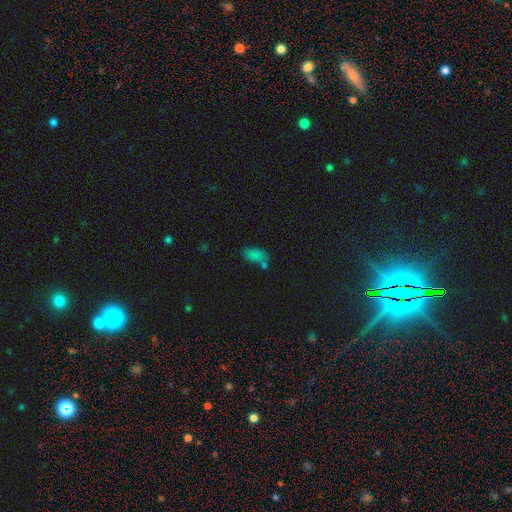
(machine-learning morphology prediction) Smooth or featured? Predicted: smooth (p=0.73). How rounded? Predicted: in between (p=0.90). Merging? Predicted: none (p=0.44).